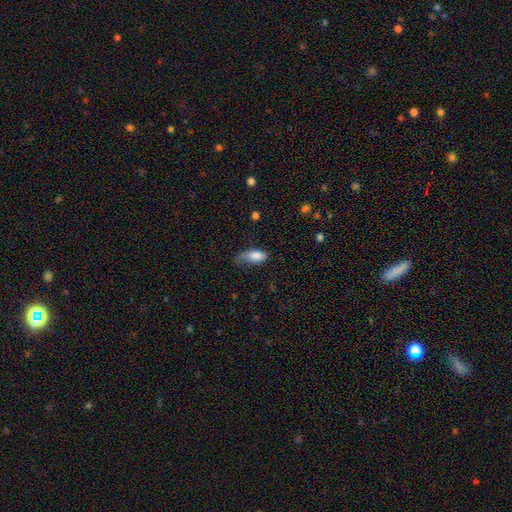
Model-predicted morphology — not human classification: Smooth or featured?
  - smooth: 81% *
  - featured or disk: 12%
  - star or artifact: 7%
How rounded?
  - in between: 87% *
  - cigar-shaped: 10%
  - round: 3%
Merging?
  - minor disturbance: 39% *
  - none: 32%
  - major disturbance: 26%
  - merger: 2%